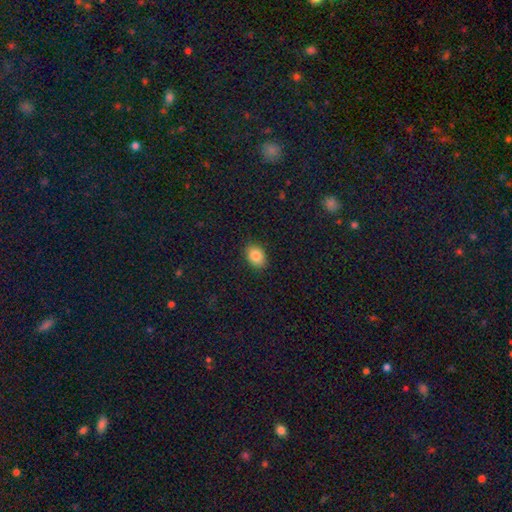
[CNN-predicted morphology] type=smooth (85%); roundness=in between (74%); merging=none (88%).